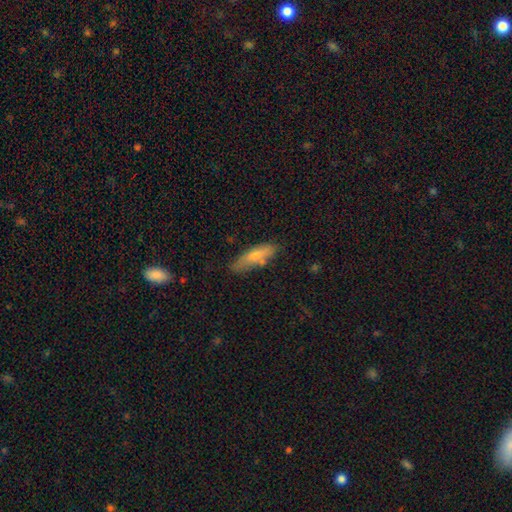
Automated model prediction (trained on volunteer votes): Morphology: type=smooth (65%); roundness=cigar-shaped (60%); merging=none (74%).